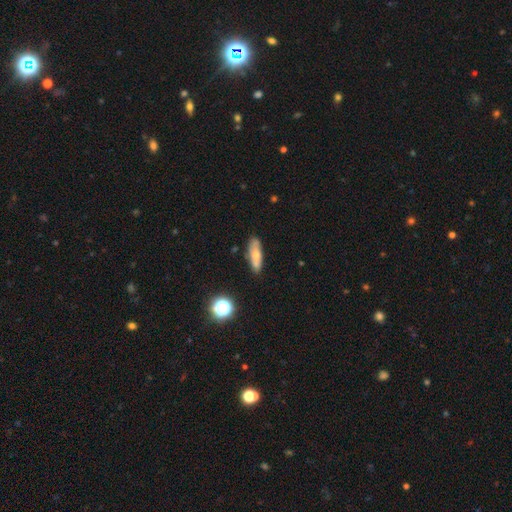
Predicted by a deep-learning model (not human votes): Smooth or featured?
  - smooth: 58% *
  - featured or disk: 33%
  - star or artifact: 9%
How rounded?
  - in between: 52% *
  - cigar-shaped: 44%
  - round: 4%
Merging?
  - none: 76% *
  - minor disturbance: 16%
  - merger: 4%
  - major disturbance: 3%